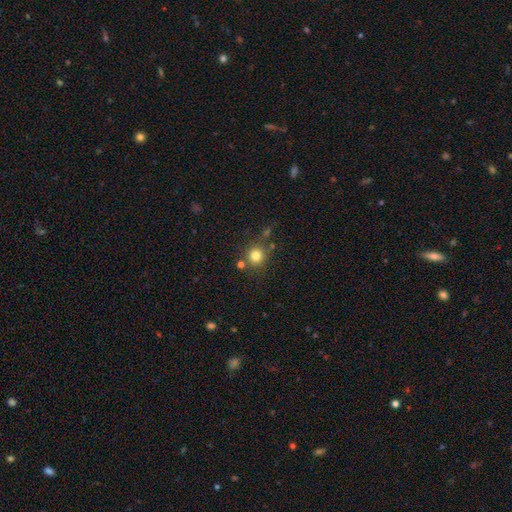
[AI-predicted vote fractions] A smooth galaxy with no disk features (80%) that is round (91%).

Vote fractions:
- Smooth or featured? smooth: 80% / star or artifact: 13% / featured or disk: 7%
- How rounded? round: 91% / in between: 8% / cigar-shaped: 1%
- Merging? none: 77% / merger: 10% / minor disturbance: 10% / major disturbance: 3%